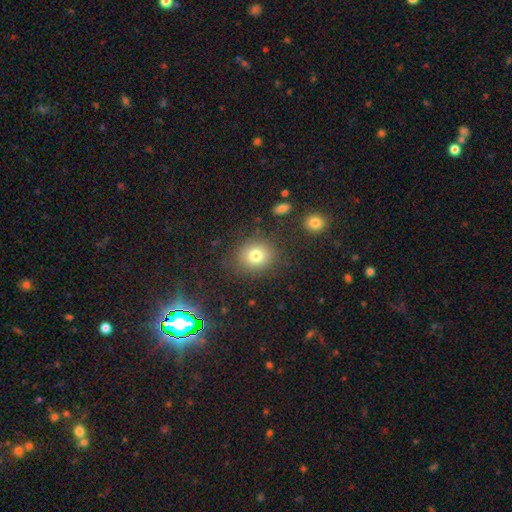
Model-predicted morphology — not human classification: A smooth galaxy with no disk features (78%) that is round (76%).

Vote fractions:
- Smooth or featured? smooth: 78% / star or artifact: 13% / featured or disk: 9%
- How rounded? round: 76% / in between: 23% / cigar-shaped: 1%
- Merging? none: 84% / minor disturbance: 9% / major disturbance: 4% / merger: 3%